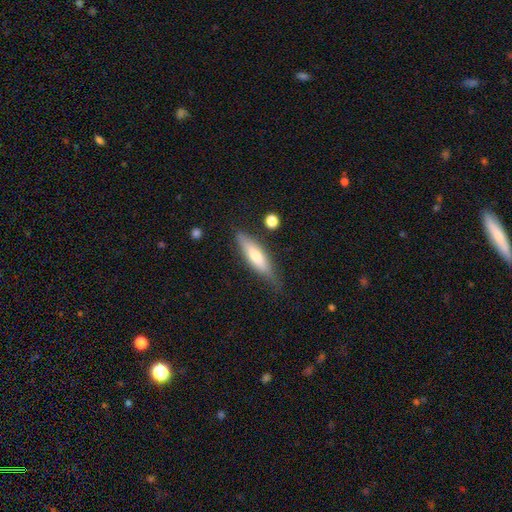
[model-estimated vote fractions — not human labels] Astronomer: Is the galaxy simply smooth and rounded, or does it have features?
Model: smooth — 54% (runner-up: featured or disk, 40%).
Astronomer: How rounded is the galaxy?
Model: cigar-shaped — 66%.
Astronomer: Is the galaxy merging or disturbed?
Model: none — 72%.